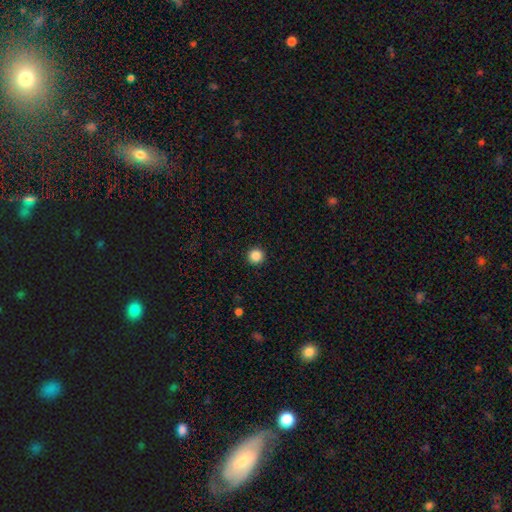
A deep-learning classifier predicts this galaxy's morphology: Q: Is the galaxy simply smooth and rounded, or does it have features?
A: smooth — 87%.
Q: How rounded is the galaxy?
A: round — 96%.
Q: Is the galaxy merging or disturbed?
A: none — 93%.